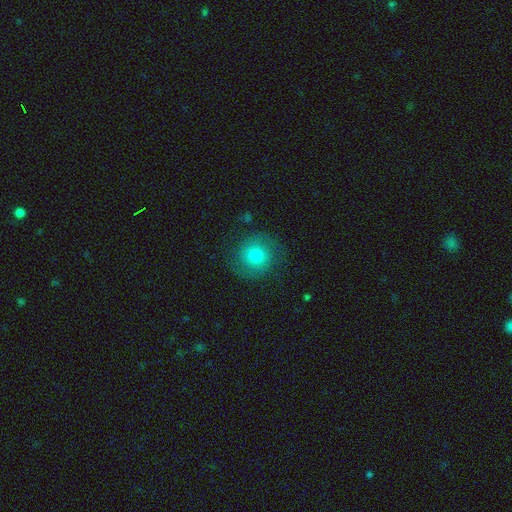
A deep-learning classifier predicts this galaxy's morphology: smooth 47%, featured or disk 42%, star or artifact 11%. Down the decision tree: merging — none (80%).